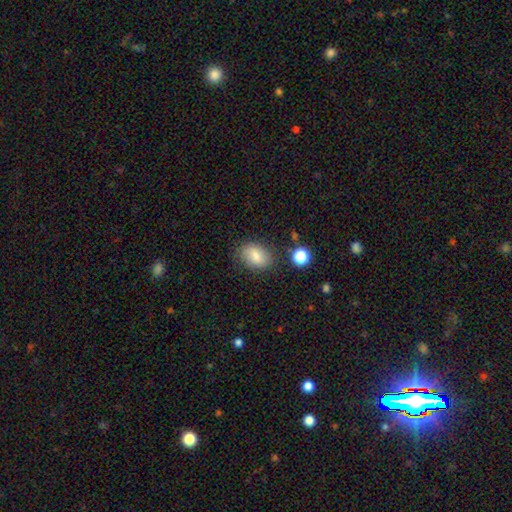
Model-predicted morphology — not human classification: type=smooth (79%); roundness=in between (78%); merging=none (77%).